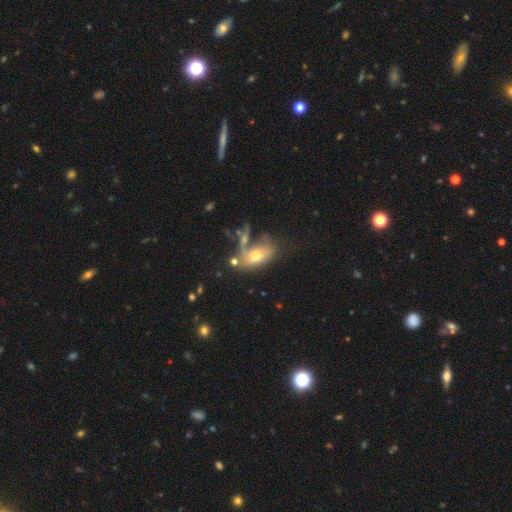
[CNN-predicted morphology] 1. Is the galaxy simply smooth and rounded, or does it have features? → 56% smooth, 34% featured or disk, 10% star or artifact.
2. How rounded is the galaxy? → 87% in between, 7% round, 6% cigar-shaped.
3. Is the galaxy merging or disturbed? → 30% none, 28% merger, 24% major disturbance, 19% minor disturbance.